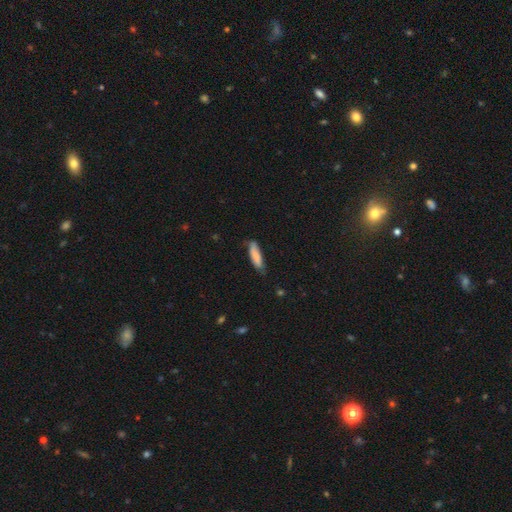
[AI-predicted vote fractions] Morphology: type=smooth (81%); roundness=cigar-shaped (67%); merging=none (66%).